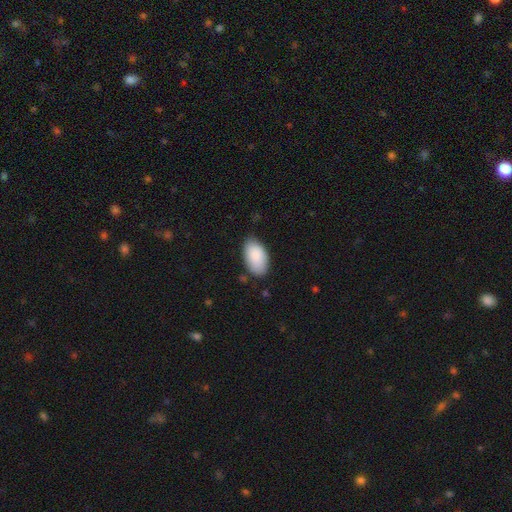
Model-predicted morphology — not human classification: Smooth or featured? smooth (89%)
How rounded? in between (95%)
Merging? none (76%)